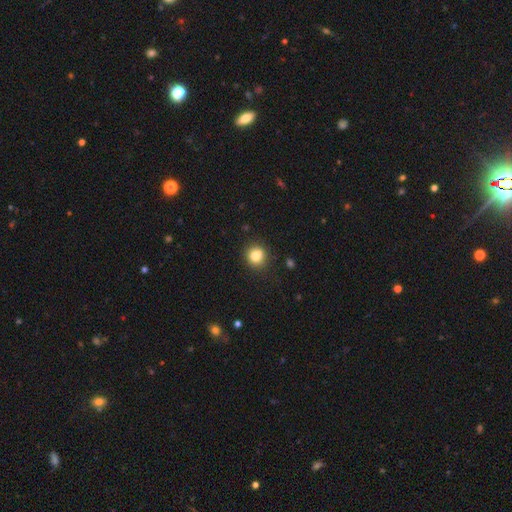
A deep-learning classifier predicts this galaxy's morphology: Overall: smooth (82%). How rounded: round (85%). Merging: none (82%).